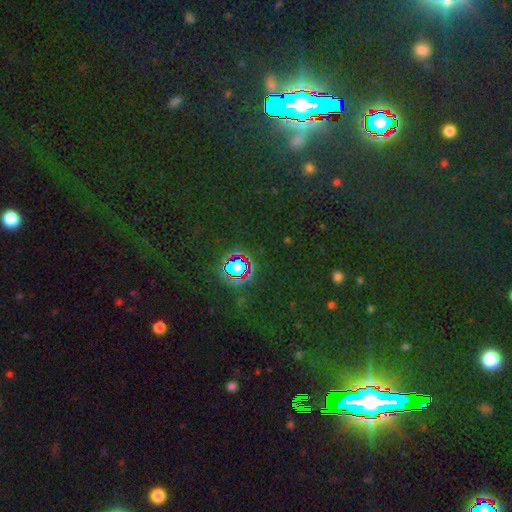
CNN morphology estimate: A star or artifact, not a galaxy (82%).

Vote fractions:
- Smooth or featured? star or artifact: 82% / smooth: 10% / featured or disk: 8%